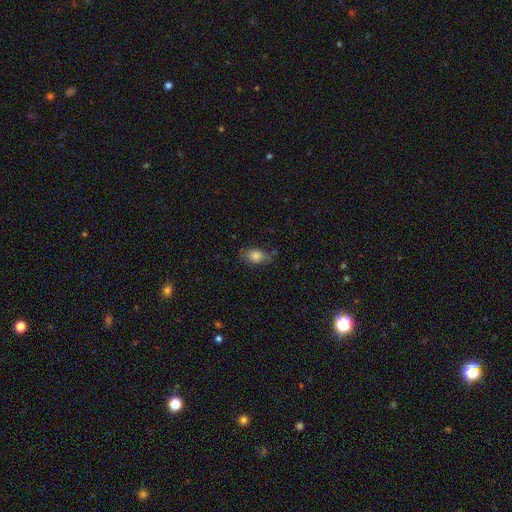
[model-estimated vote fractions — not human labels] Smooth or featured? smooth (82%)
How rounded? in between (76%)
Merging? none (67%)